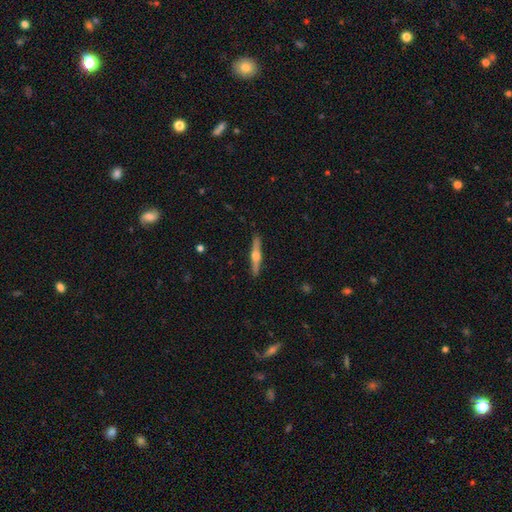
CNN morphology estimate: Overall: featured or disk (67%). Edge-on disk: yes (98%). Edge-on bulge: rounded (93%). Merging: none (91%).